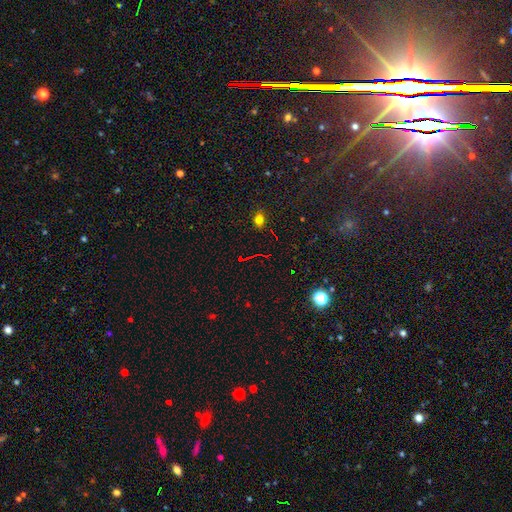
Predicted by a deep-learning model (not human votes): A star or artifact, not a galaxy (67%).